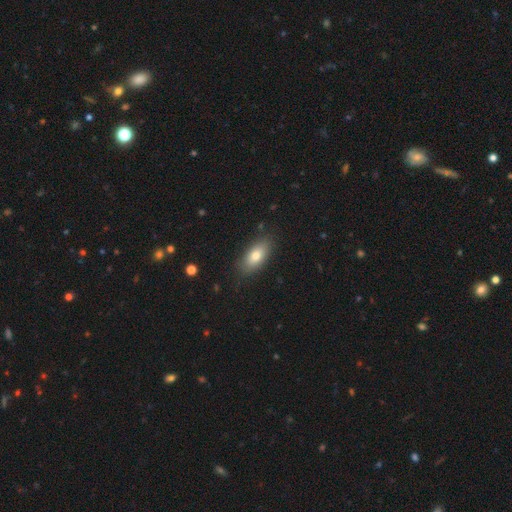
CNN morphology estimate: Q: Smooth or featured?
A: smooth (77%); runner-up: featured or disk (16%)
Q: How rounded?
A: in between (87%); runner-up: cigar-shaped (9%)
Q: Merging?
A: none (84%); runner-up: minor disturbance (12%)